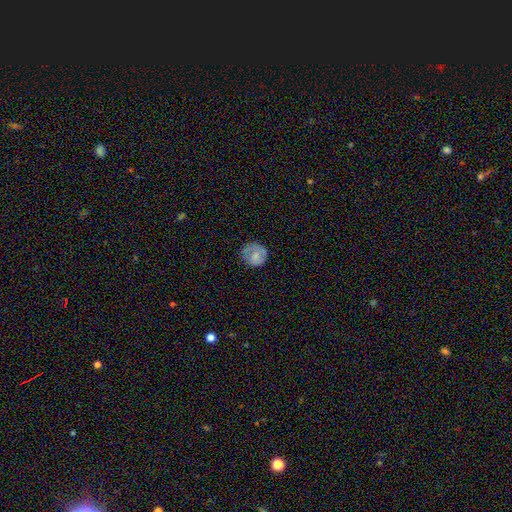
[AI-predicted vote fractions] This is likely a smooth galaxy (61%). How rounded: clearly round (83%). Merging: likely none (60%).